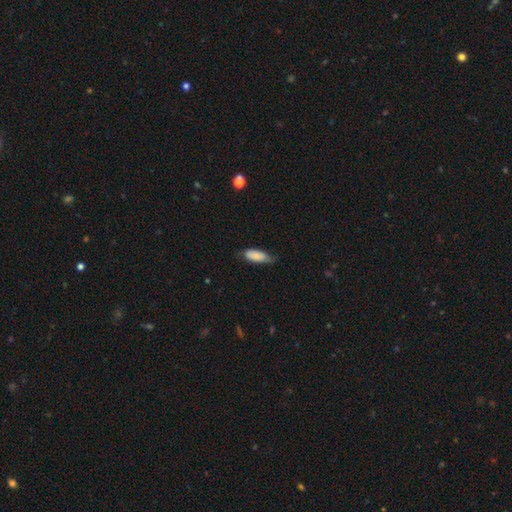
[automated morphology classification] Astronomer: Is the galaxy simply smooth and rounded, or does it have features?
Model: smooth — 82%.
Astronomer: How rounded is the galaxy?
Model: in between — 79%.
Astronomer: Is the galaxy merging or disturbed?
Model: none — 55% (runner-up: minor disturbance, 36%).